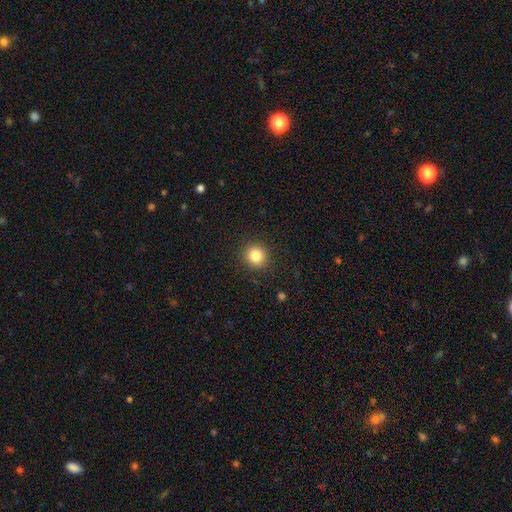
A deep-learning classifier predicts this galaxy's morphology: A smooth galaxy with no disk features (84%) that is round (90%). Merging: none (91%).